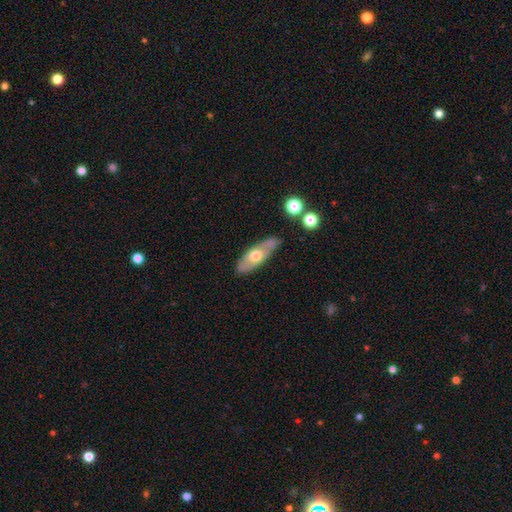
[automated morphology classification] This is possibly a featured or disk galaxy (47%, tied with smooth). Merging: likely none (75%).